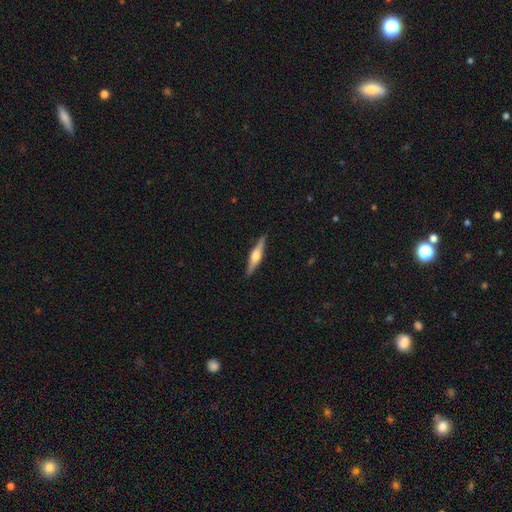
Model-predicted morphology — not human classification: A featured or disk galaxy (65%) viewed edge-on (97%) with a rounded central bulge (91%). Merging: none (90%).